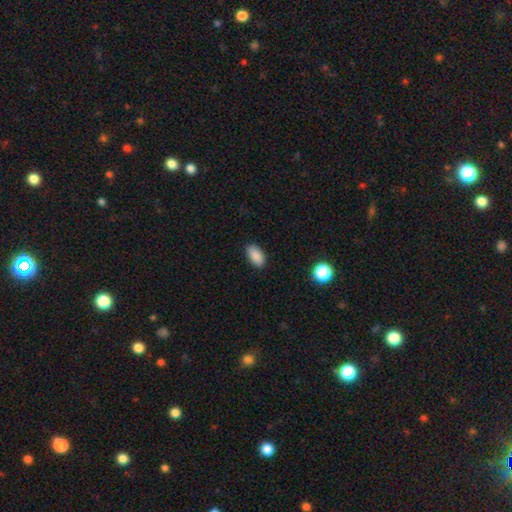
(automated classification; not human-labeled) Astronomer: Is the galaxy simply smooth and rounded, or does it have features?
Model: smooth — 89%.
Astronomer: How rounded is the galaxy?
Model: in between — 93%.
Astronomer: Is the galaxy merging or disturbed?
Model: none — 87%.